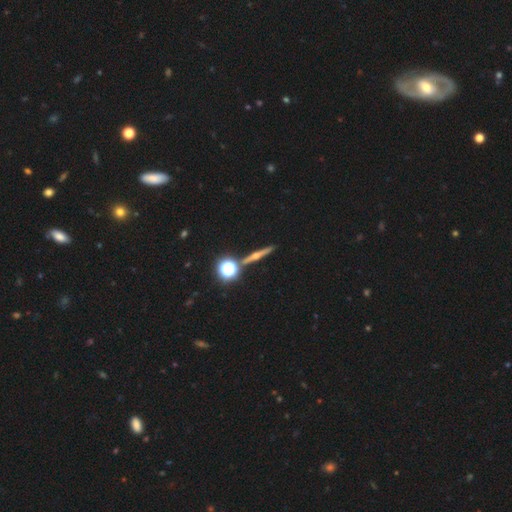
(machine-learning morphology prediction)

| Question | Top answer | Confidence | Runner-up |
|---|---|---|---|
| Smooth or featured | featured or disk | 68% | smooth (18%) |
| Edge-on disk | yes | 96% | no (4%) |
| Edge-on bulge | rounded | 92% | none (5%) |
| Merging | none | 88% | minor disturbance (6%) |